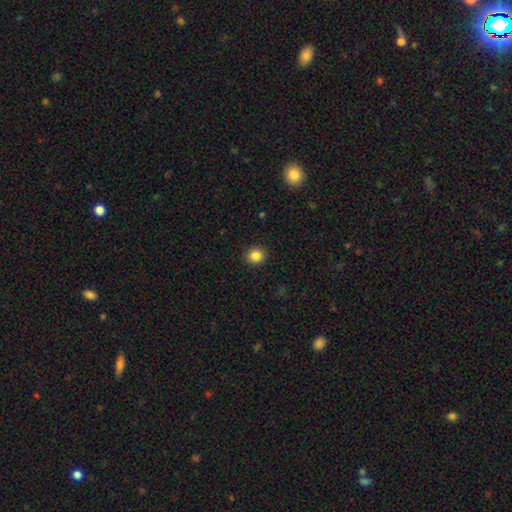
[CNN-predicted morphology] Smooth or featured?
  - smooth: 85% *
  - star or artifact: 10%
  - featured or disk: 4%
How rounded?
  - round: 86% *
  - in between: 13%
  - cigar-shaped: 1%
Merging?
  - none: 91% *
  - minor disturbance: 6%
  - major disturbance: 2%
  - merger: 1%